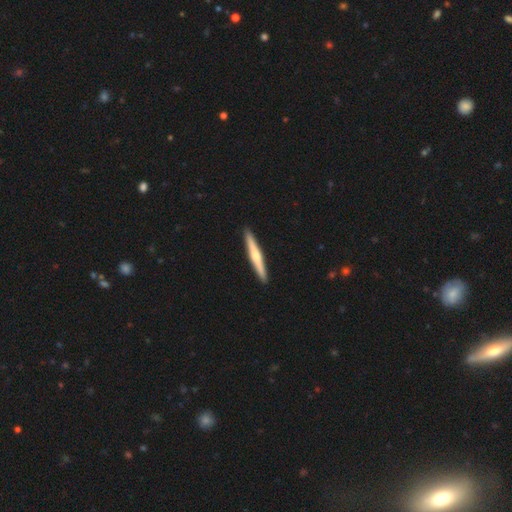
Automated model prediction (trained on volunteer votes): smooth-or-featured: featured or disk: 54% | smooth: 42% | star or artifact: 5%
  disk-edge-on: yes: 98% | no: 2%
    edge-on-bulge: rounded: 72% | none: 19% | boxy: 9%
  merging: none: 93% | minor disturbance: 5% | major disturbance: 1% | merger: 1%